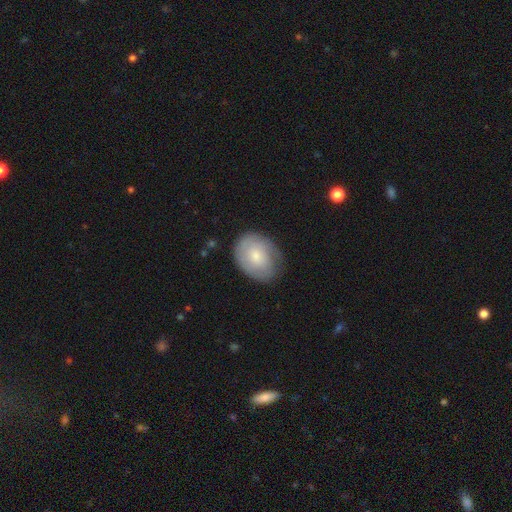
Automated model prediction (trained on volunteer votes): This is likely a smooth galaxy (61%). How rounded: likely in between (63%). Merging: likely none (72%).